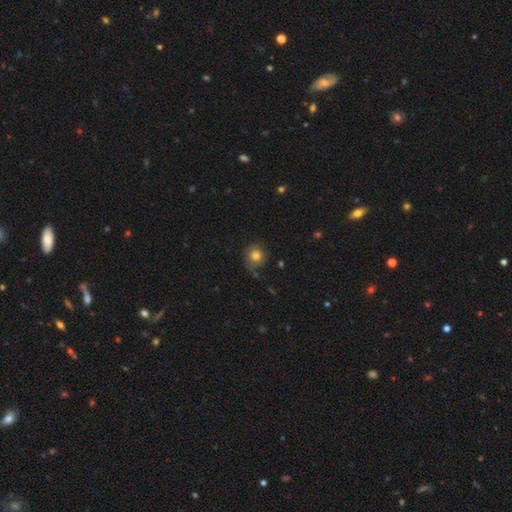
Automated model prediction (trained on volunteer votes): Smooth or featured?
  - smooth: 79% *
  - star or artifact: 11%
  - featured or disk: 10%
How rounded?
  - round: 90% *
  - in between: 9%
  - cigar-shaped: 1%
Merging?
  - none: 77% *
  - minor disturbance: 16%
  - major disturbance: 4%
  - merger: 3%